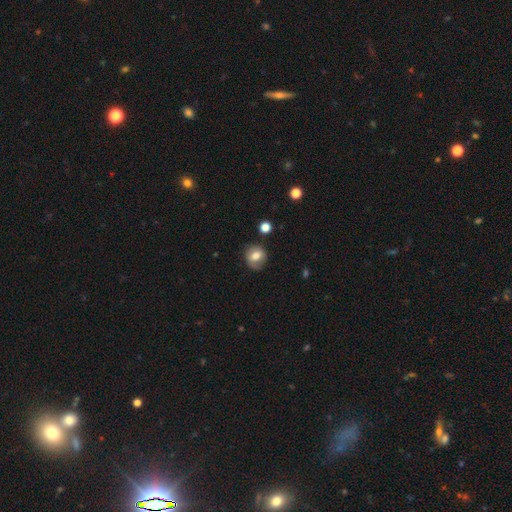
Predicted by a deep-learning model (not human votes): Q: Smooth or featured?
A: smooth (69%); runner-up: featured or disk (22%)
Q: How rounded?
A: round (70%); runner-up: in between (29%)
Q: Merging?
A: none (77%); runner-up: minor disturbance (16%)